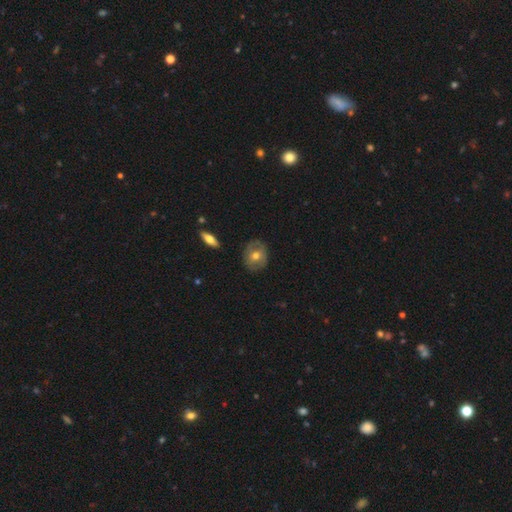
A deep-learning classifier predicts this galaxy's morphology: This is possibly a featured or disk galaxy (48%). Merging: likely none (79%).